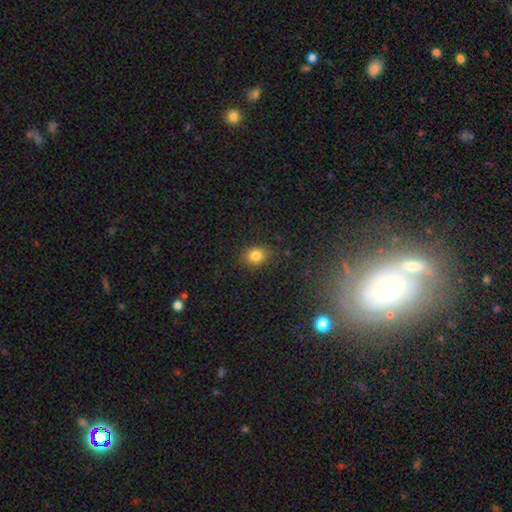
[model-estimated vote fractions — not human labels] smooth 82%, star or artifact 12%, featured or disk 6%. Down the decision tree: how rounded — round (53%); merging — none (83%).